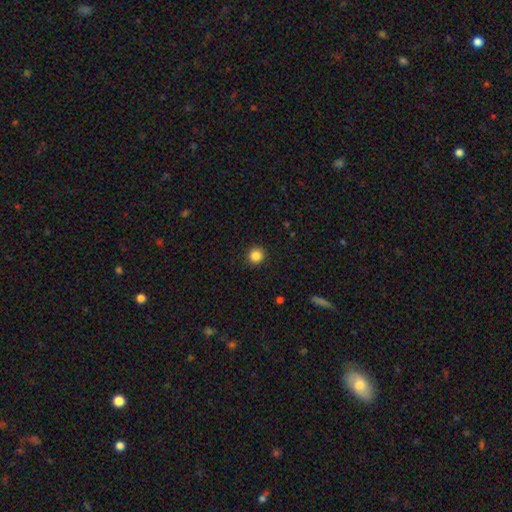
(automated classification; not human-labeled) smooth_or_featured: smooth (p=0.86) [alt: star or artifact p=0.10]
how_rounded: round (p=0.94) [alt: in between p=0.05]
merging: none (p=0.92) [alt: minor disturbance p=0.05]